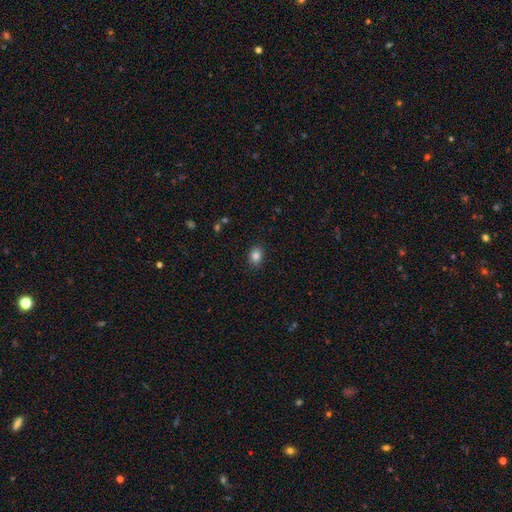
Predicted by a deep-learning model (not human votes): Smooth or featured? smooth (85%)
How rounded? in between (57%)
Merging? none (88%)